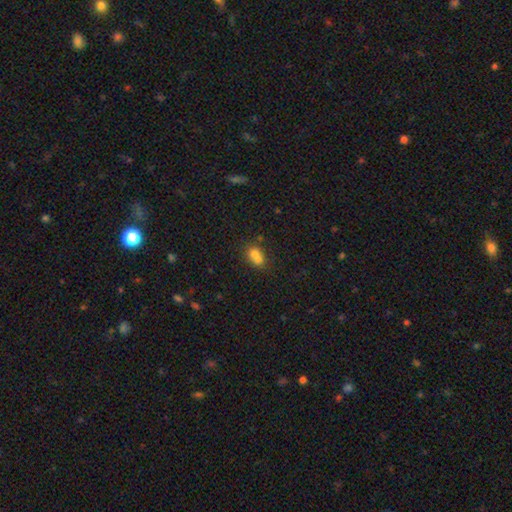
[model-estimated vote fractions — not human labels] Smooth or featured? smooth (69%)
How rounded? round (57%)
Merging? merger (61%)